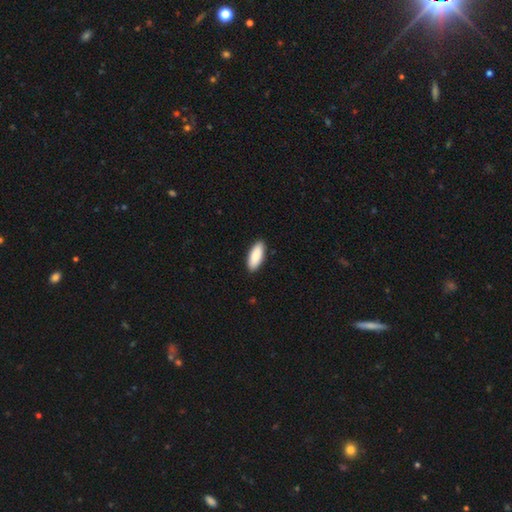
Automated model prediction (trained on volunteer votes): The model was most divided on "how rounded": in between: 78%, cigar-shaped: 21%, round: 2%. More confident: merging — none (90%); smooth or featured — smooth (90%).